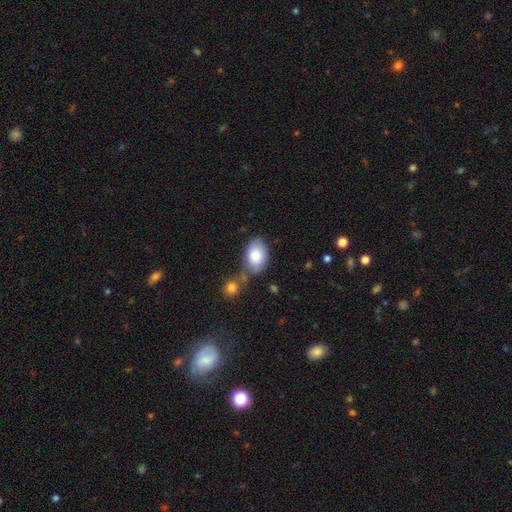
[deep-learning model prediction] Smooth or featured? Predicted: smooth (p=0.82). How rounded? Predicted: in between (p=0.86). Merging? Predicted: none (p=0.52).